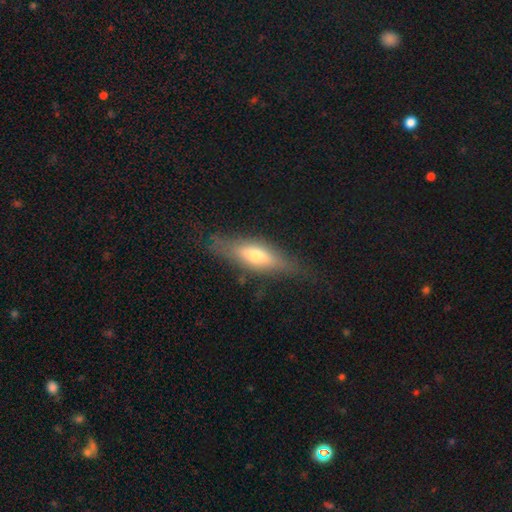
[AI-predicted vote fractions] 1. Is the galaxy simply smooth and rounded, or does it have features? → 47% smooth, 45% featured or disk, 7% star or artifact.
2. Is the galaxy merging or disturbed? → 75% none, 18% minor disturbance, 6% major disturbance, 1% merger.